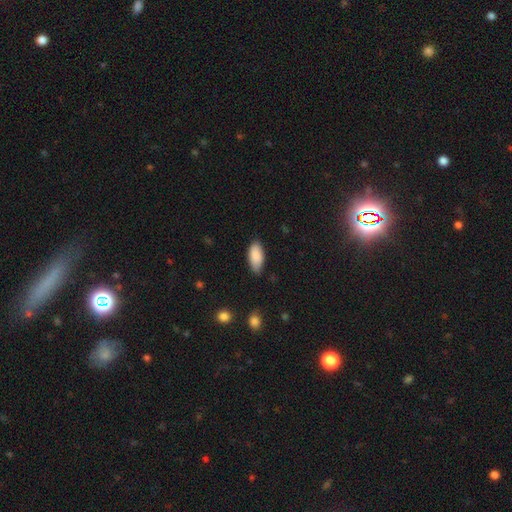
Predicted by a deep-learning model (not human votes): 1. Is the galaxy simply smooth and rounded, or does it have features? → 88% smooth, 6% star or artifact, 5% featured or disk.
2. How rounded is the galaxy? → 90% in between, 8% cigar-shaped, 2% round.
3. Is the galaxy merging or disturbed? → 77% none, 19% minor disturbance, 3% major disturbance, 1% merger.